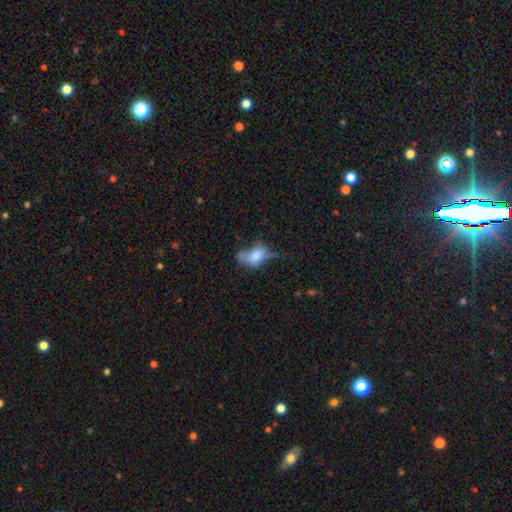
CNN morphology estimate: Q: Smooth or featured?
A: smooth (64%); runner-up: featured or disk (26%)
Q: How rounded?
A: in between (85%); runner-up: round (11%)
Q: Merging?
A: major disturbance (35%); runner-up: minor disturbance (29%)